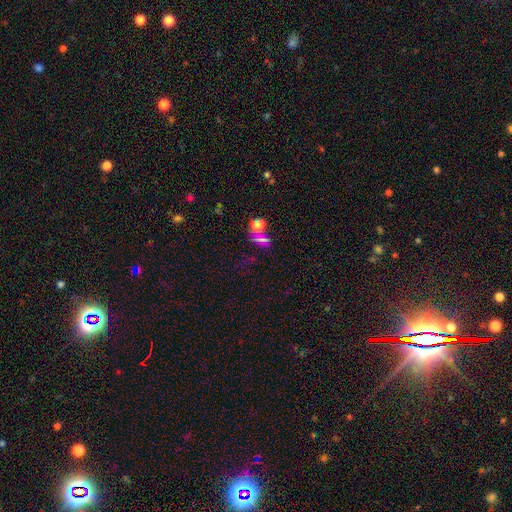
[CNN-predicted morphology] A star or artifact, not a galaxy (75%).